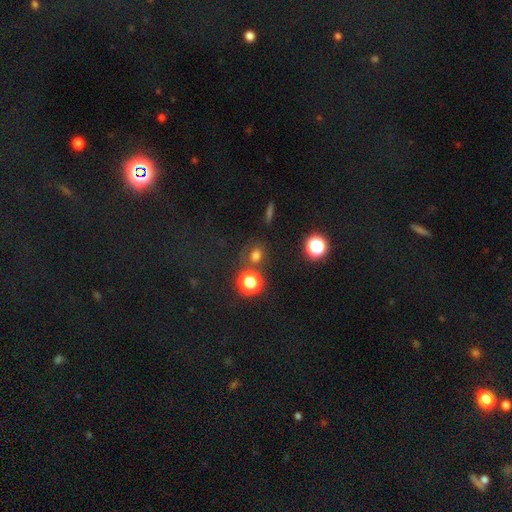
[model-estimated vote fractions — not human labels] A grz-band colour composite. It shows a smooth galaxy with no disk features (65%) that is round (71%). Merging: none (69%).